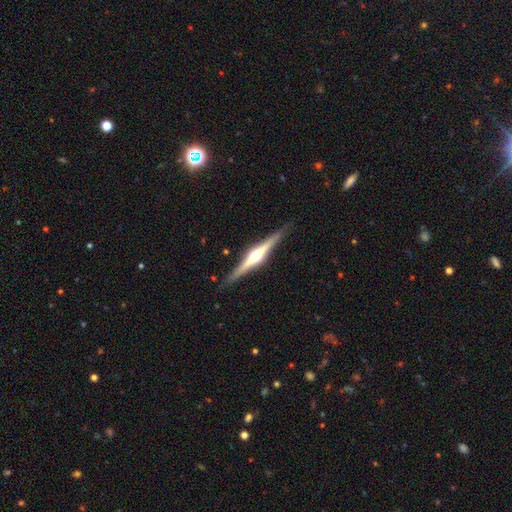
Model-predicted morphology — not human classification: type=featured or disk (81%); edge-on=yes (98%); edge-on bulge=rounded (93%); merging=none (89%).